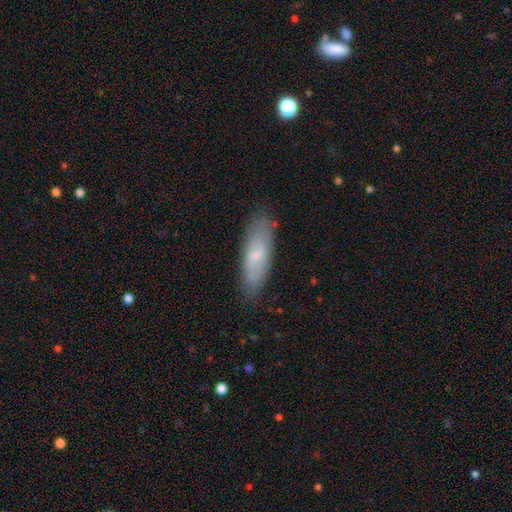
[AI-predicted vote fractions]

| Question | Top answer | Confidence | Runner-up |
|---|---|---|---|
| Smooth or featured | smooth | 63% | featured or disk (30%) |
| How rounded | in between | 52% | cigar-shaped (46%) |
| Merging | none | 82% | minor disturbance (14%) |